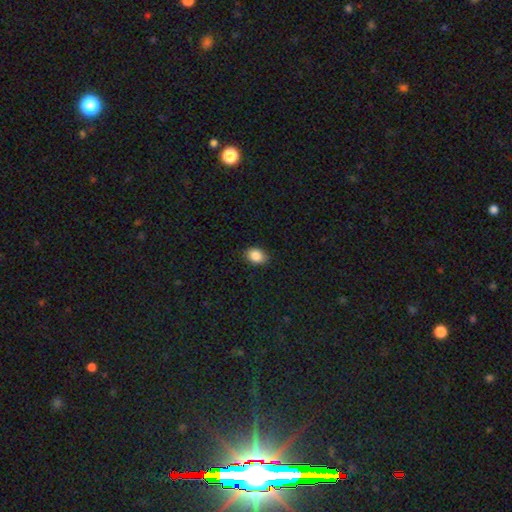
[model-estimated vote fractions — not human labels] A smooth galaxy with no disk features (87%) that is in between round and cigar-shaped (76%).

Vote fractions:
- Smooth or featured? smooth: 87% / star or artifact: 8% / featured or disk: 4%
- How rounded? in between: 76% / round: 22% / cigar-shaped: 1%
- Merging? none: 87% / minor disturbance: 10% / major disturbance: 2% / merger: 1%